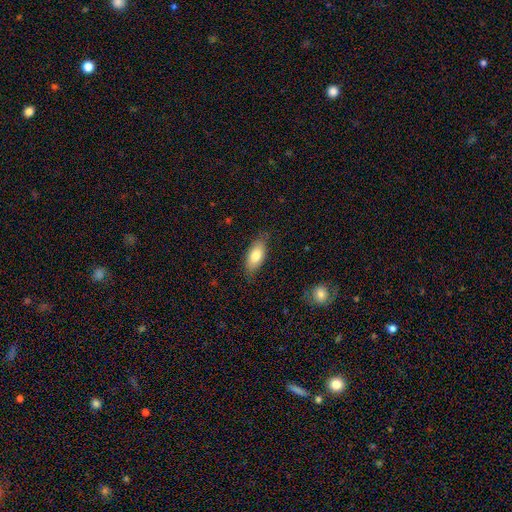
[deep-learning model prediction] Smooth or featured?
  - smooth: 78% *
  - featured or disk: 16%
  - star or artifact: 7%
How rounded?
  - in between: 87% *
  - cigar-shaped: 10%
  - round: 3%
Merging?
  - none: 80% *
  - minor disturbance: 16%
  - major disturbance: 3%
  - merger: 1%